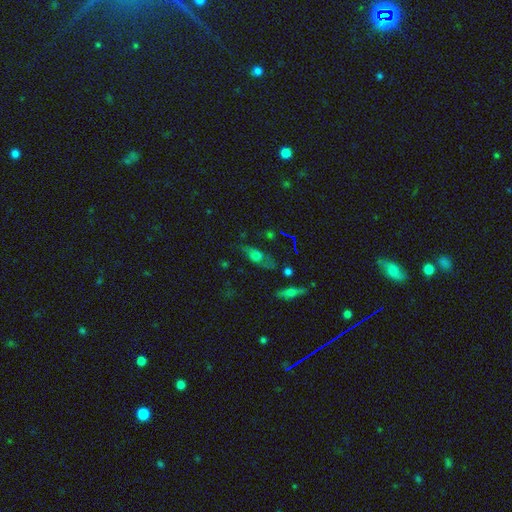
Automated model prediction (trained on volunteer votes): Q: Smooth or featured?
A: smooth (49%); runner-up: featured or disk (29%)
Q: Merging?
A: none (58%); runner-up: minor disturbance (23%)